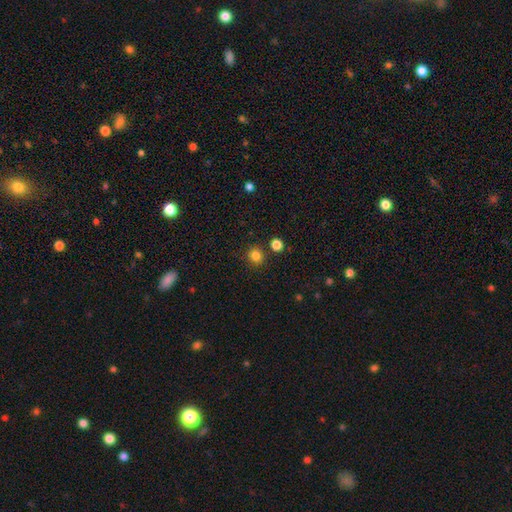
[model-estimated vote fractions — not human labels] This is clearly a smooth galaxy (82%). How rounded: clearly round (85%). Merging: clearly none (84%).